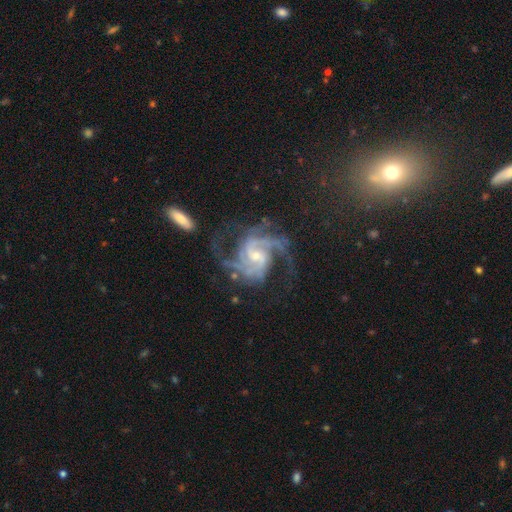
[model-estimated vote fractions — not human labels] A featured or disk galaxy (91%) with a weak bar (45%), 2 (52%) medium (57%) spiral arms (98%) and a small central bulge (57%). Merging: none (62%).